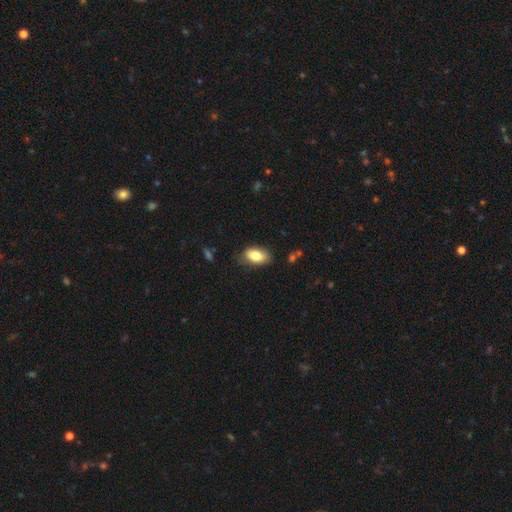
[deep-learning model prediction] Overall: smooth (81%). How rounded: in between (92%). Merging: none (78%).